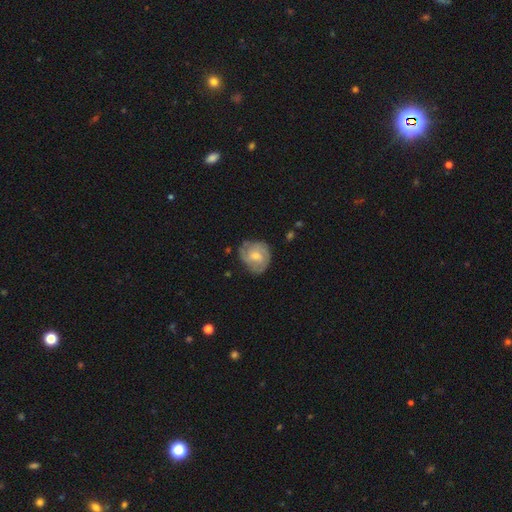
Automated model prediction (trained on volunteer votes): This is likely a featured or disk galaxy (61%). It is clearly not viewed edge-on (97%). Bar: likely no (67%). Spiral arm pattern: clearly yes (82%). Central bulge: possibly moderate (57%). Merging: likely none (68%).